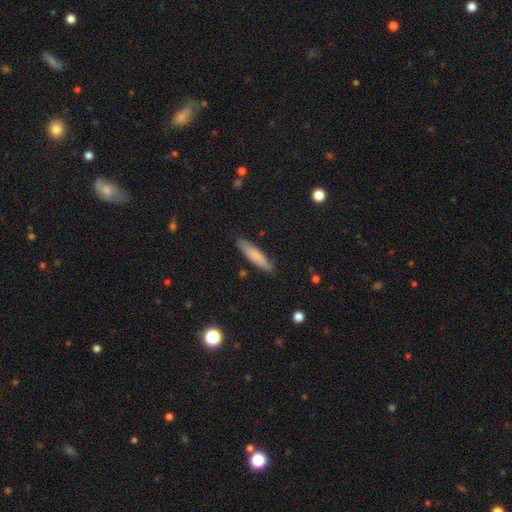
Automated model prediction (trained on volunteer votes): Q: Smooth or featured?
A: smooth (76%); runner-up: featured or disk (18%)
Q: How rounded?
A: cigar-shaped (79%); runner-up: in between (20%)
Q: Merging?
A: none (86%); runner-up: minor disturbance (11%)